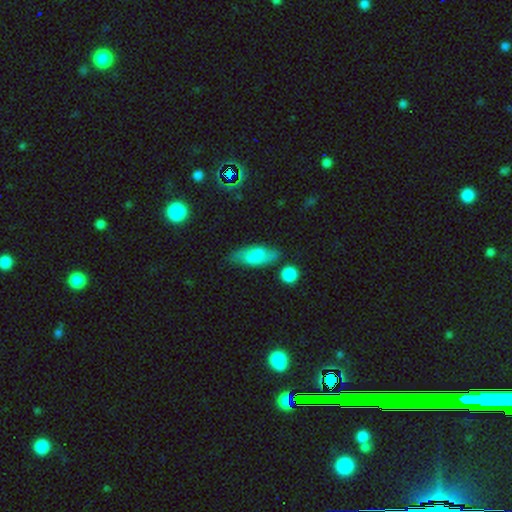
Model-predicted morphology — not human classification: Smooth or featured: smooth — 65% (featured or disk — 27%)
How rounded: in between — 79% (cigar-shaped — 17%)
Merging: none — 66% (minor disturbance — 22%)